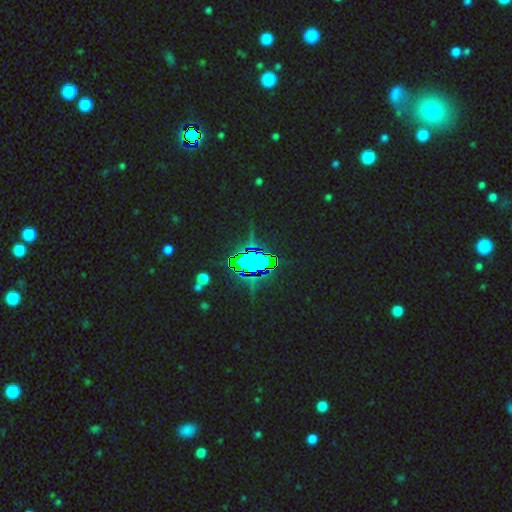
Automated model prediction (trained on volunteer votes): Q: Smooth or featured?
A: star or artifact (84%); runner-up: smooth (9%)